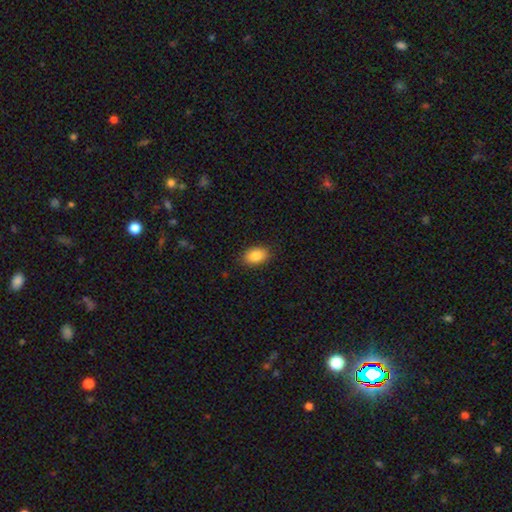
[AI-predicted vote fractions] smooth-or-featured: smooth: 85% | star or artifact: 8% | featured or disk: 7%
  how-rounded: in between: 87% | round: 12% | cigar-shaped: 1%
  merging: none: 87% | minor disturbance: 10% | major disturbance: 2% | merger: 1%